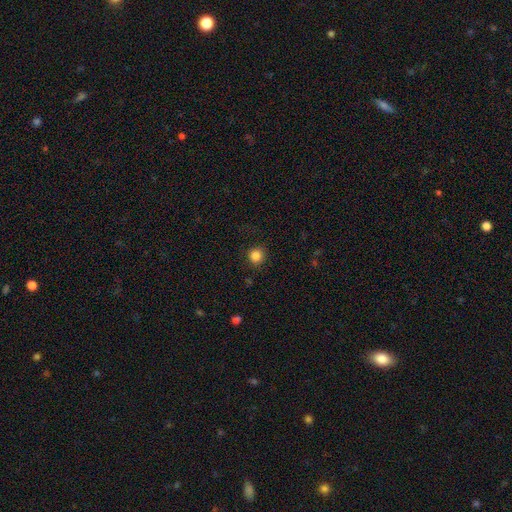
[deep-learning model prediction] A smooth galaxy with no disk features (85%) that is round (93%). Merging: none (89%).